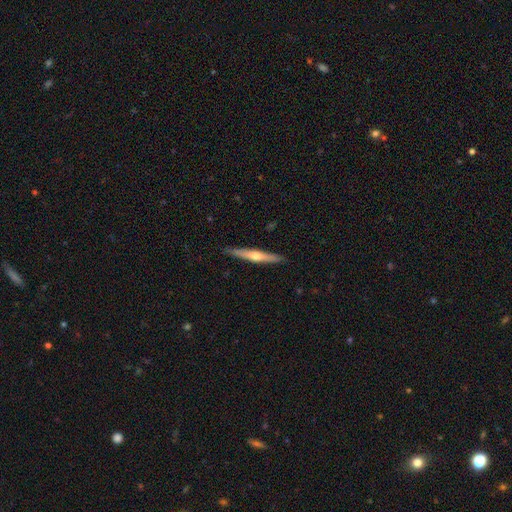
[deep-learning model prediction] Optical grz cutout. It shows a featured or disk galaxy (62%) viewed edge-on (97%) with a rounded central bulge (88%). Merging: none (90%).